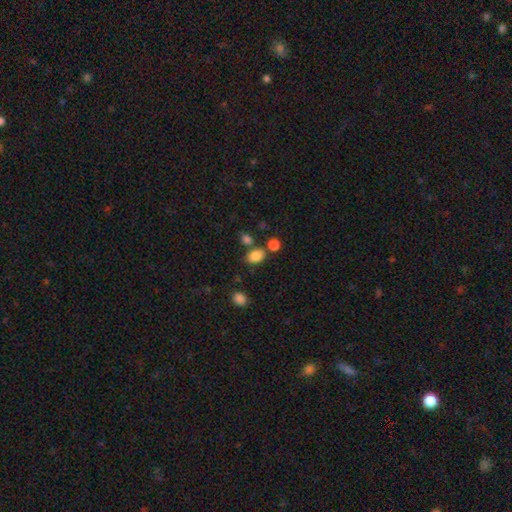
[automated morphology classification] type=smooth (83%); roundness=in between (74%); merging=none (67%).